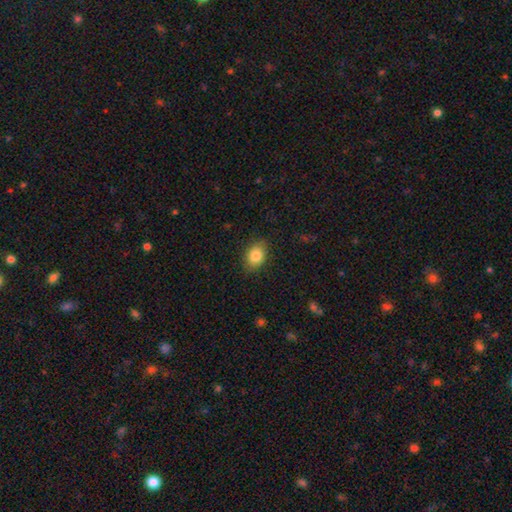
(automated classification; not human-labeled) smooth 83%, star or artifact 8%, featured or disk 8%. Down the decision tree: how rounded — in between (71%); merging — none (83%).